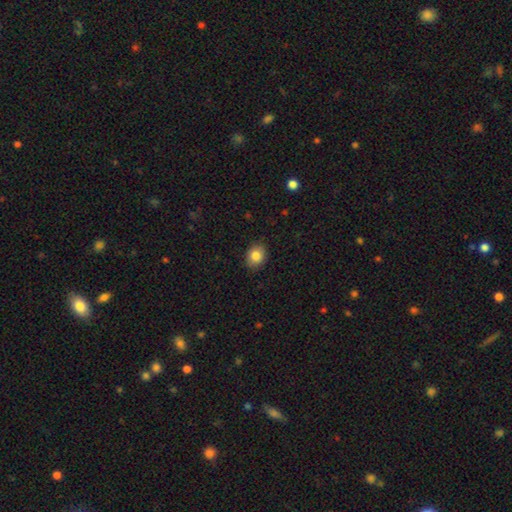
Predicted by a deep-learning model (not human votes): This is clearly a smooth galaxy (85%). How rounded: possibly in between (50%). Merging: clearly none (88%).